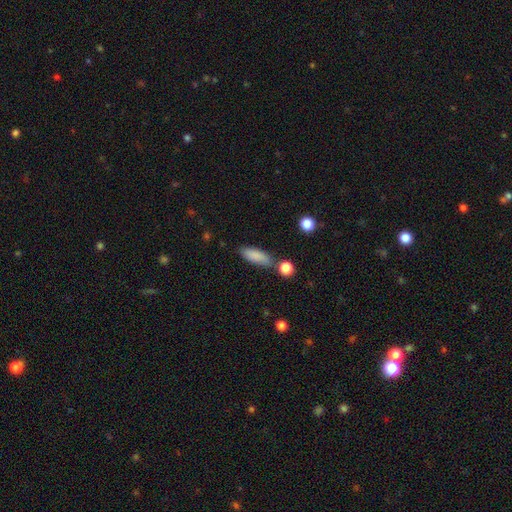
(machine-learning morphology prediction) smooth_or_featured: smooth (p=0.84) [alt: featured or disk p=0.09]
how_rounded: in between (p=0.64) [alt: cigar-shaped p=0.33]
merging: none (p=0.67) [alt: minor disturbance p=0.18]